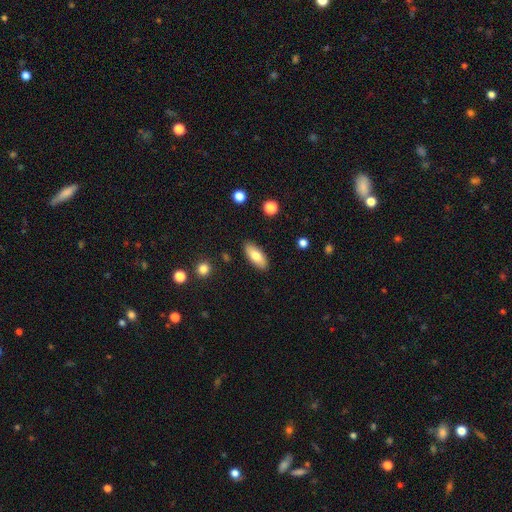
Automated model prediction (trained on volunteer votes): Overall: smooth (77%). How rounded: in between (82%). Merging: none (88%).